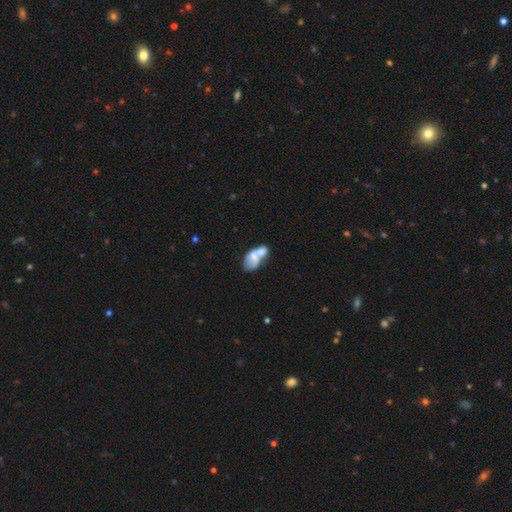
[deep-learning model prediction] This appears to be a smooth galaxy with no disk features (52%) that is in between round and cigar-shaped (89%). Merging: merger (61%).